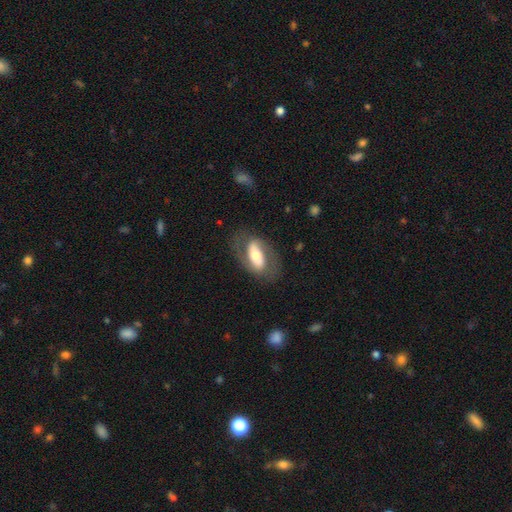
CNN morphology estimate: featured or disk 68%, smooth 27%, star or artifact 5%. Down the decision tree: edge-on disk — no (90%); bar — strong (51%); spiral arms — yes (74%); bulge size — moderate (60%); merging — none (73%).